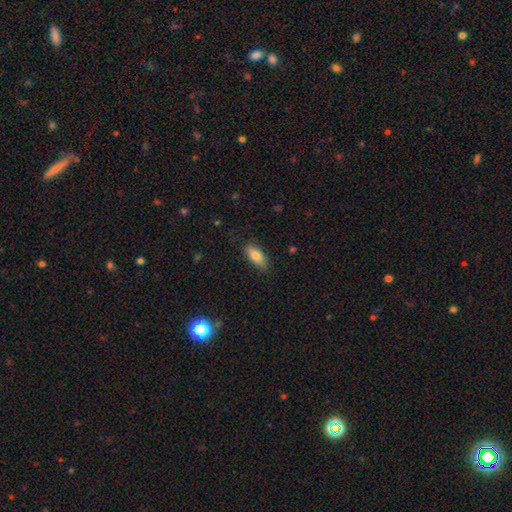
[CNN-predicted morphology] The model was most divided on "merging": none: 81%, minor disturbance: 15%, major disturbance: 3%, merger: 1%. More confident: how rounded — in between (84%); smooth or featured — smooth (80%).